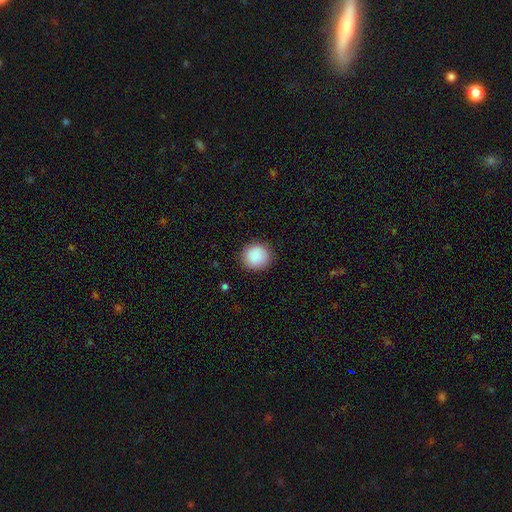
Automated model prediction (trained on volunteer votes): smooth-or-featured: smooth: 89% | star or artifact: 7% | featured or disk: 3%
  how-rounded: round: 90% | in between: 9% | cigar-shaped: 1%
  merging: none: 90% | minor disturbance: 7% | major disturbance: 2% | merger: 1%